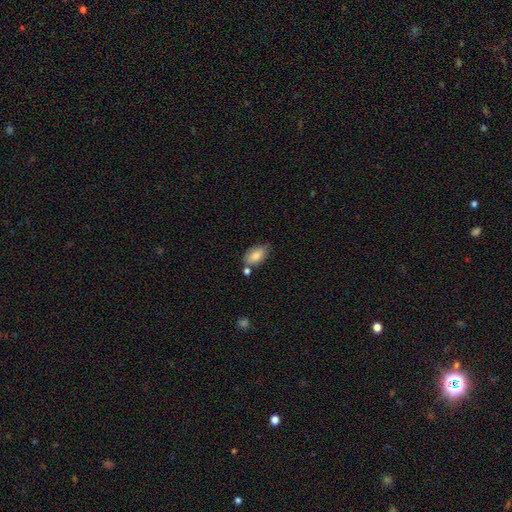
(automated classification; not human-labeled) Smooth or featured? smooth (83%)
How rounded? in between (91%)
Merging? none (58%)